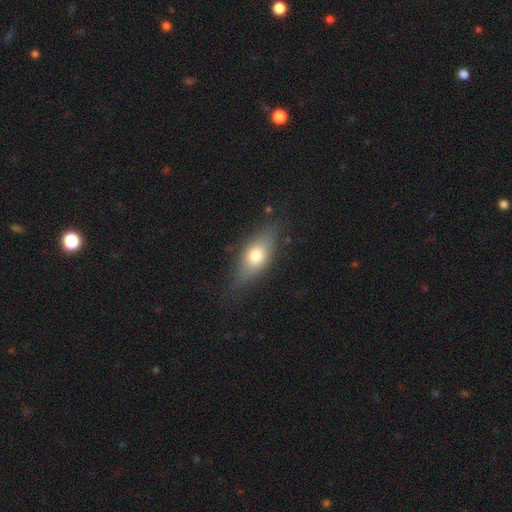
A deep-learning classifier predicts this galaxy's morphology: A smooth galaxy with no disk features (70%) that is in between round and cigar-shaped (76%).

Vote fractions:
- Smooth or featured? smooth: 70% / featured or disk: 22% / star or artifact: 8%
- How rounded? in between: 76% / cigar-shaped: 16% / round: 8%
- Merging? none: 77% / minor disturbance: 17% / major disturbance: 5% / merger: 1%